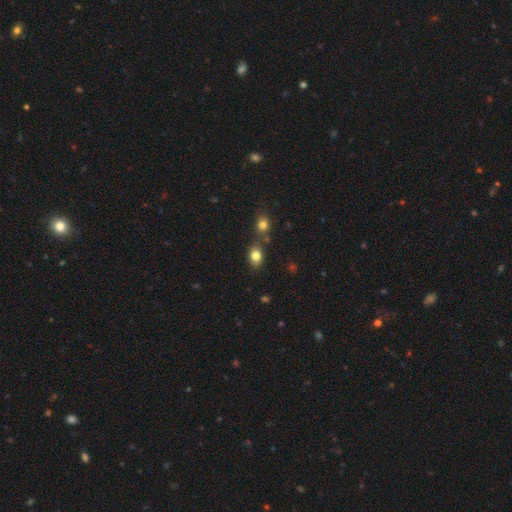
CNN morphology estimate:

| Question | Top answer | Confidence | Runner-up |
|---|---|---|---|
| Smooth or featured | smooth | 81% | star or artifact (11%) |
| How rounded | in between | 70% | round (29%) |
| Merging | none | 62% | merger (22%) |